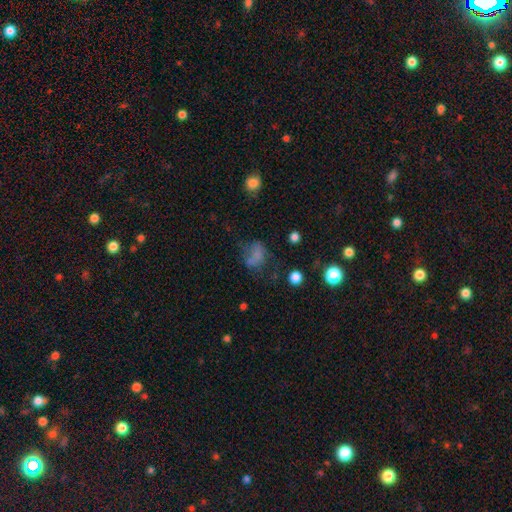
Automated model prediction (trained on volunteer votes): This appears to be a smooth galaxy with no disk features (63%) that is in between round and cigar-shaped (54%). Merging: none (41%).